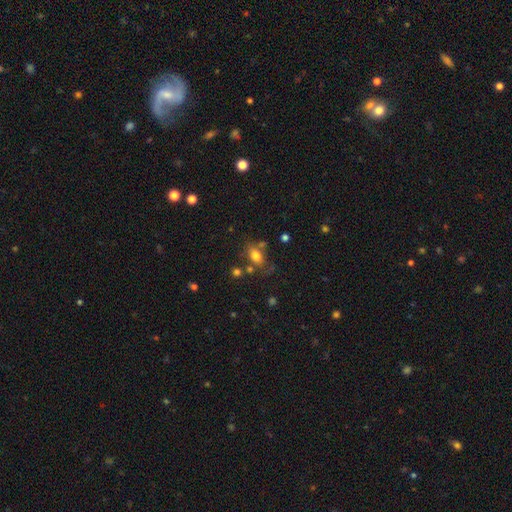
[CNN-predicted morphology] Smooth or featured: smooth — 76% (featured or disk — 13%)
How rounded: in between — 74% (round — 23%)
Merging: none — 60% (minor disturbance — 18%)